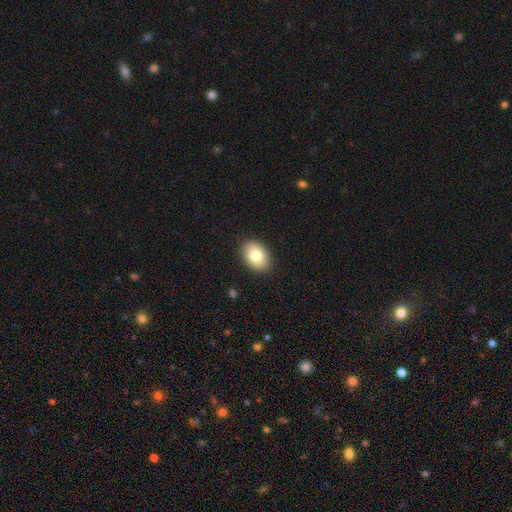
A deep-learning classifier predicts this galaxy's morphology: This appears to be a smooth galaxy with no disk features (83%) that is in between round and cigar-shaped (80%). Merging: none (89%).